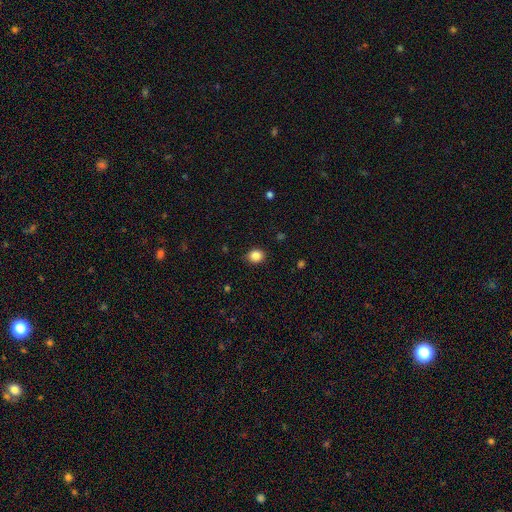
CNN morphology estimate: smooth-or-featured: smooth: 86% | star or artifact: 10% | featured or disk: 4%
  how-rounded: round: 67% | in between: 32% | cigar-shaped: 1%
  merging: none: 88% | minor disturbance: 9% | major disturbance: 2% | merger: 1%